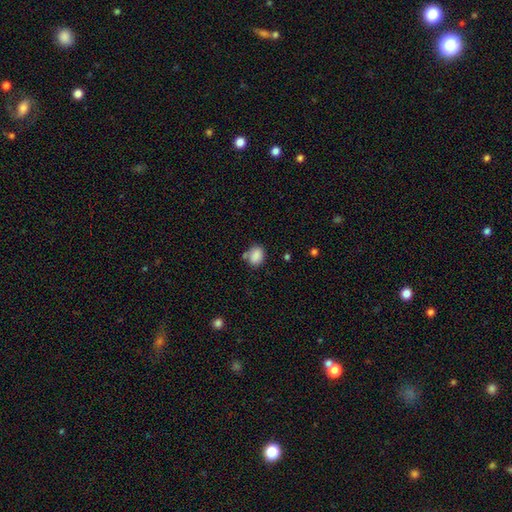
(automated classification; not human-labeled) The model was most divided on "how rounded": in between: 61%, round: 38%, cigar-shaped: 1%. More confident: smooth or featured — smooth (86%); merging — none (61%).